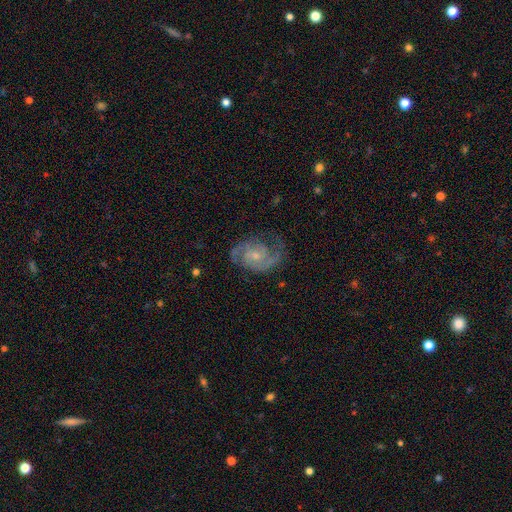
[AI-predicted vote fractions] The model was most divided on "spiral winding": medium: 50%, tight: 37%, loose: 13%. More confident: edge-on disk — no (98%); spiral arms — yes (97%); smooth or featured — featured or disk (87%); spiral arm count — 2 (82%); merging — none (72%); bulge size — small (65%); bar — no (64%).